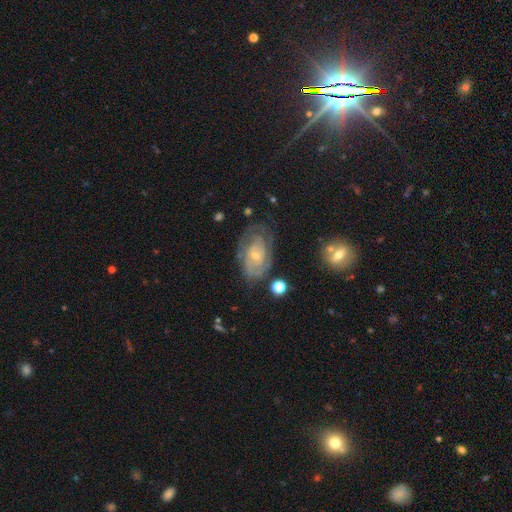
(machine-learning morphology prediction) smooth-or-featured: featured or disk: 82% | smooth: 12% | star or artifact: 6%
  disk-edge-on: no: 96% | yes: 4%
    bar: no: 64% | weak: 30% | strong: 6%
    has-spiral-arms: yes: 93% | no: 7%
      spiral-winding: tight: 68% | medium: 26% | loose: 6%
      spiral-arm-count: 2: 37% | can't tell: 35% | 3: 14% | 4: 5% | 1: 5% | more than 4: 4%
    bulge-size: small: 69% | moderate: 26% | none: 3% | large: 1% | dominant: 1%
  merging: none: 67% | minor disturbance: 21% | major disturbance: 10% | merger: 3%